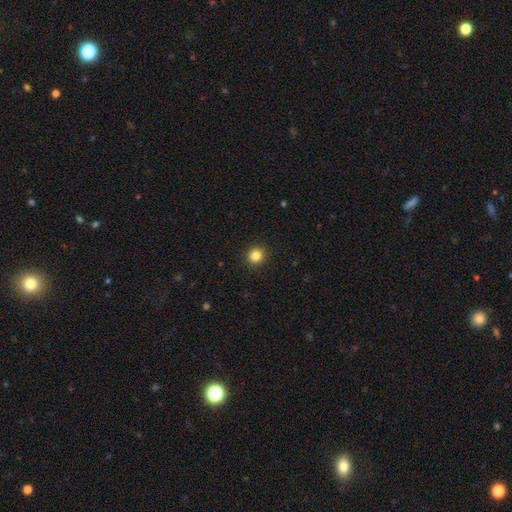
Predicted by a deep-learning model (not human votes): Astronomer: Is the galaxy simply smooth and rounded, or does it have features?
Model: smooth — 84%.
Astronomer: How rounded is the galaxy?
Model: round — 91%.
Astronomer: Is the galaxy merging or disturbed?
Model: none — 92%.